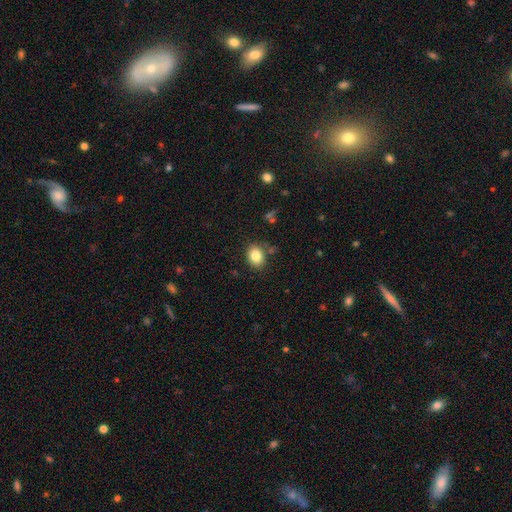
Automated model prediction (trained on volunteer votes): Smooth or featured: smooth — 83% (star or artifact — 9%)
How rounded: in between — 59% (round — 40%)
Merging: none — 83% (minor disturbance — 11%)